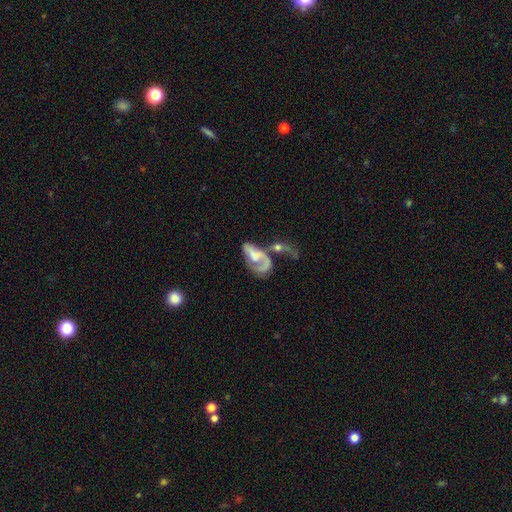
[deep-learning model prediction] Q: Smooth or featured?
A: featured or disk (68%); runner-up: smooth (23%)
Q: Edge-on disk?
A: no (95%); runner-up: yes (5%)
Q: Bar?
A: no (62%); runner-up: weak (28%)
Q: Spiral arms?
A: yes (77%); runner-up: no (23%)
Q: Spiral winding?
A: loose (45%); runner-up: medium (34%)
Q: Spiral arm count?
A: 2 (43%); runner-up: 1 (41%)
Q: Bulge size?
A: none (34%); runner-up: moderate (28%)
Q: Merging?
A: merger (52%); runner-up: major disturbance (26%)